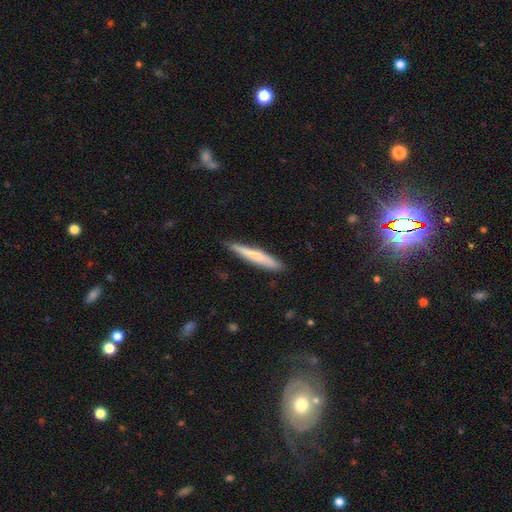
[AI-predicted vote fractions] smooth-or-featured: smooth: 66% | featured or disk: 29% | star or artifact: 6%
  how-rounded: cigar-shaped: 95% | in between: 4% | round: 1%
  merging: none: 86% | minor disturbance: 11% | major disturbance: 2% | merger: 1%